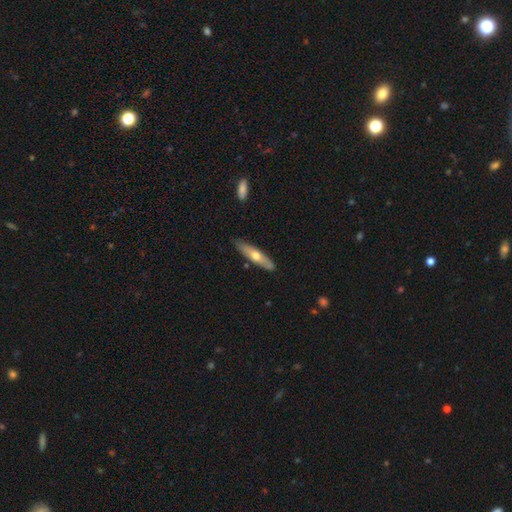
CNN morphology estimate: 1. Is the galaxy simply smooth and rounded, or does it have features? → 51% smooth, 44% featured or disk, 6% star or artifact.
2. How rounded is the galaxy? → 78% cigar-shaped, 20% in between, 2% round.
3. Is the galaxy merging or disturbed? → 82% none, 13% minor disturbance, 2% major disturbance, 2% merger.